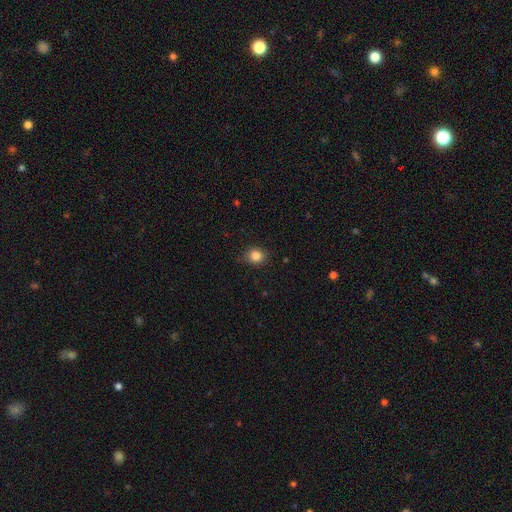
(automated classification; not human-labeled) Smooth or featured? Predicted: smooth (p=0.84). How rounded? Predicted: round (p=0.71). Merging? Predicted: none (p=0.83).